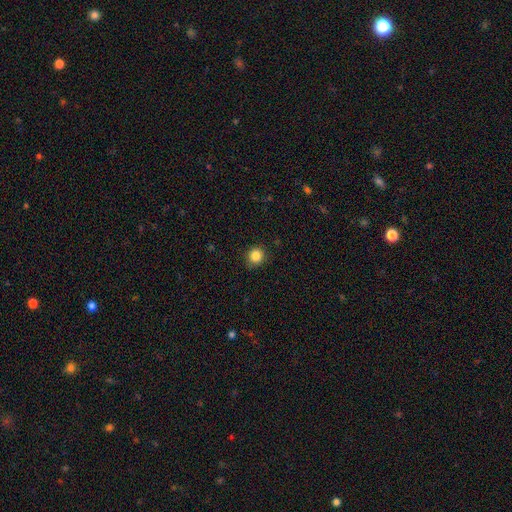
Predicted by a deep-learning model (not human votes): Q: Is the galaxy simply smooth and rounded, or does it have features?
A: smooth — 85%.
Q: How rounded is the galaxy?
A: round — 88%.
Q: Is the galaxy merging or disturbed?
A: none — 85%.